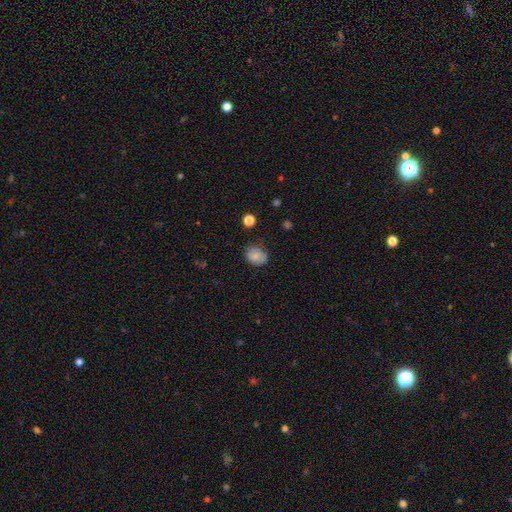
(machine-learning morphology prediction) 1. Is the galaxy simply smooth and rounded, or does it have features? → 77% smooth, 14% featured or disk, 9% star or artifact.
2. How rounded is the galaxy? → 56% in between, 43% round, 1% cigar-shaped.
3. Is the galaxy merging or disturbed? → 70% none, 23% minor disturbance, 5% major disturbance, 2% merger.